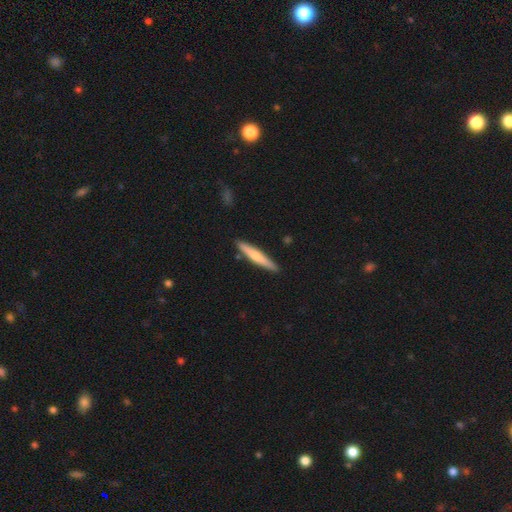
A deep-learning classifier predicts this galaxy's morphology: Smooth or featured? Predicted: smooth (p=0.58). How rounded? Predicted: cigar-shaped (p=0.93). Merging? Predicted: none (p=0.89).